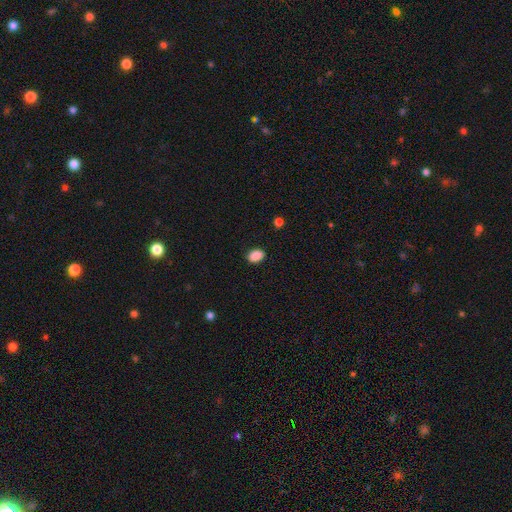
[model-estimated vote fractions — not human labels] Morphology: type=smooth (89%); roundness=in between (74%); merging=none (87%).